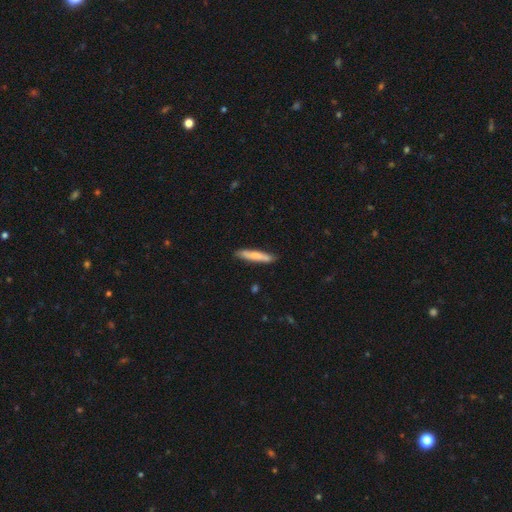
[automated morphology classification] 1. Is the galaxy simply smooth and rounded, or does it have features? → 73% smooth, 21% featured or disk, 5% star or artifact.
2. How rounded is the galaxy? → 91% cigar-shaped, 8% in between, 1% round.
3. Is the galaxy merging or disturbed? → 84% none, 13% minor disturbance, 2% major disturbance, 2% merger.